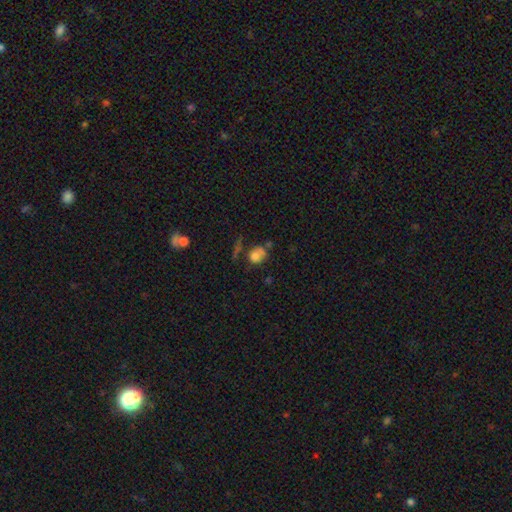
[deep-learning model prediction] Morphology: type=smooth (70%); roundness=round (56%); merging=none (40%).